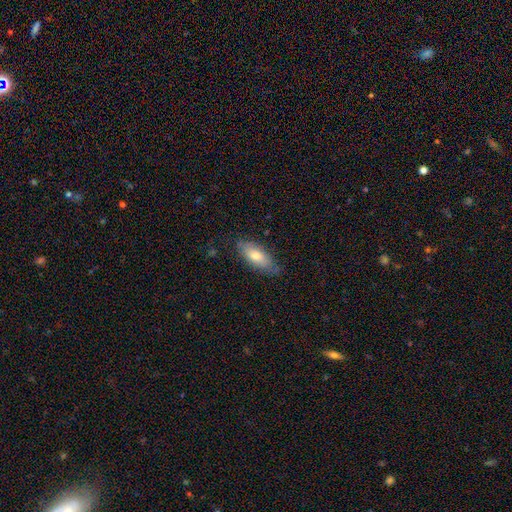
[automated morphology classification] A smooth galaxy with no disk features (69%) that is in between round and cigar-shaped (77%). Merging: none (77%).